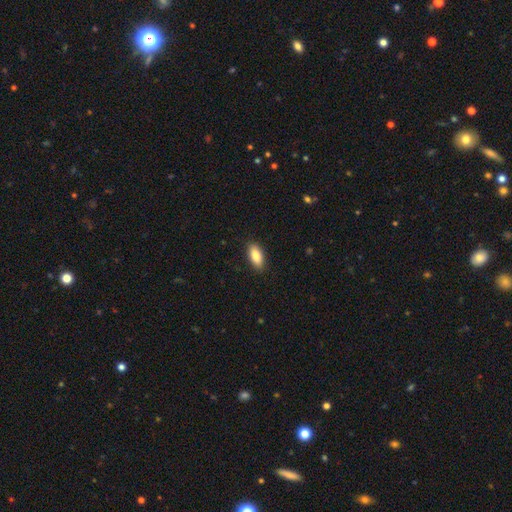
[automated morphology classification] This is clearly a smooth galaxy (86%). How rounded: clearly in between (88%). Merging: clearly none (89%).